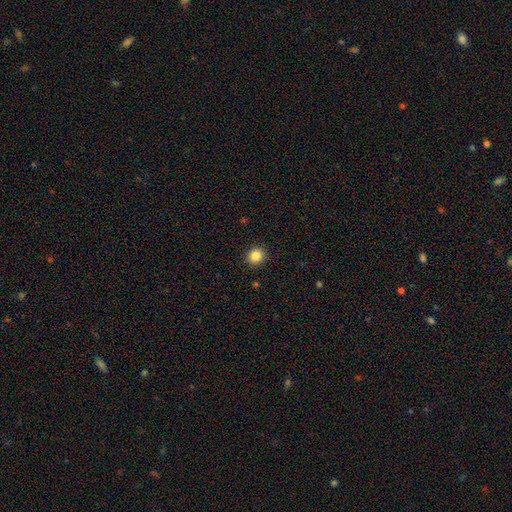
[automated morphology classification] type=smooth (85%); roundness=round (88%); merging=none (92%).